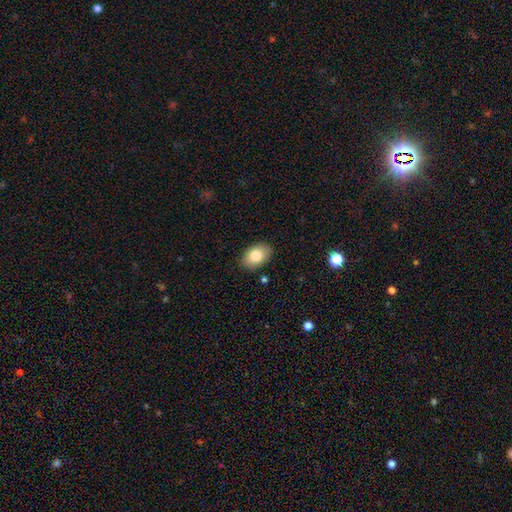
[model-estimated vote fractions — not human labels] Smooth or featured?
  - smooth: 81% *
  - featured or disk: 12%
  - star or artifact: 7%
How rounded?
  - in between: 87% *
  - round: 12%
  - cigar-shaped: 1%
Merging?
  - none: 87% *
  - minor disturbance: 9%
  - major disturbance: 2%
  - merger: 1%